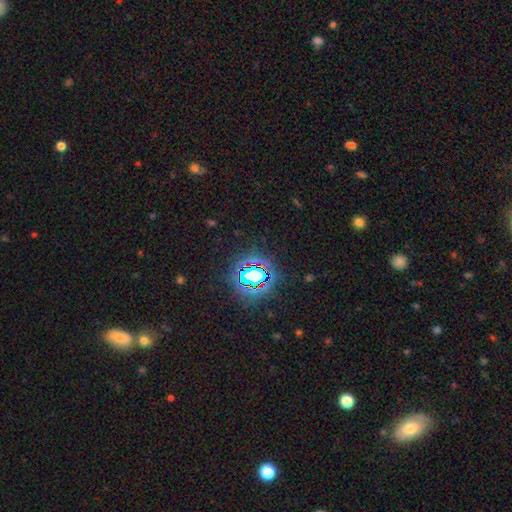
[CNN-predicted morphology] This is likely a star or artifact rather than a galaxy (78%).